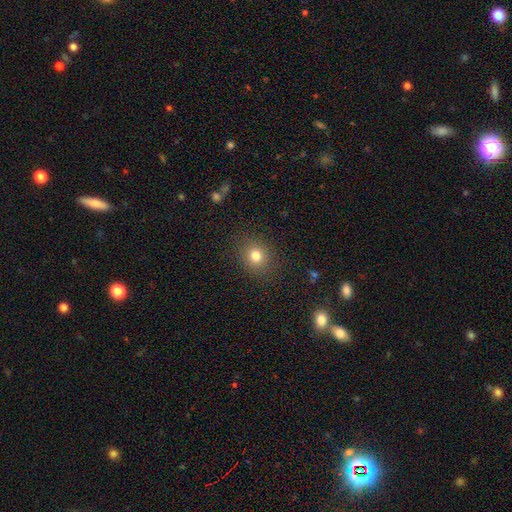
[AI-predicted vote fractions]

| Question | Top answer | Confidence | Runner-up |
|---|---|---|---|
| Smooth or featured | smooth | 77% | star or artifact (14%) |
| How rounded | round | 79% | in between (20%) |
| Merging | none | 88% | minor disturbance (8%) |